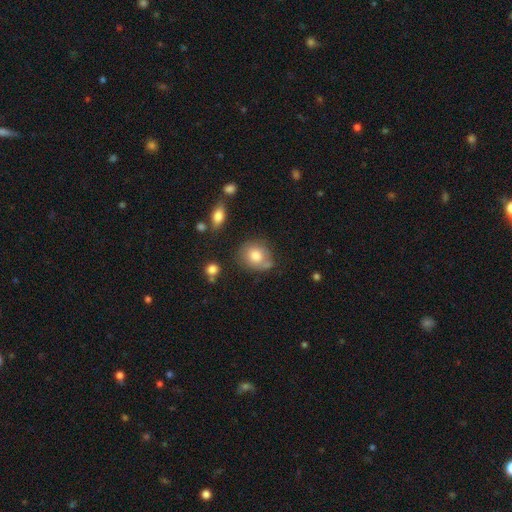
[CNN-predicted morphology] Smooth or featured?
  - smooth: 77% *
  - featured or disk: 14%
  - star or artifact: 8%
How rounded?
  - round: 71% *
  - in between: 28%
  - cigar-shaped: 1%
Merging?
  - none: 62% *
  - minor disturbance: 23%
  - merger: 8%
  - major disturbance: 7%